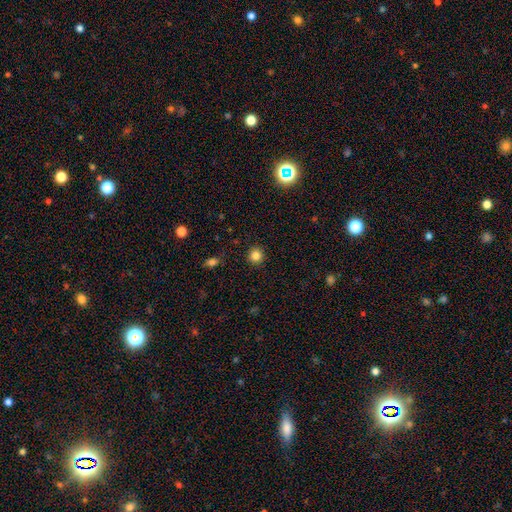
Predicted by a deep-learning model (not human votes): A smooth galaxy with no disk features (84%) that is round (93%). Merging: none (91%).